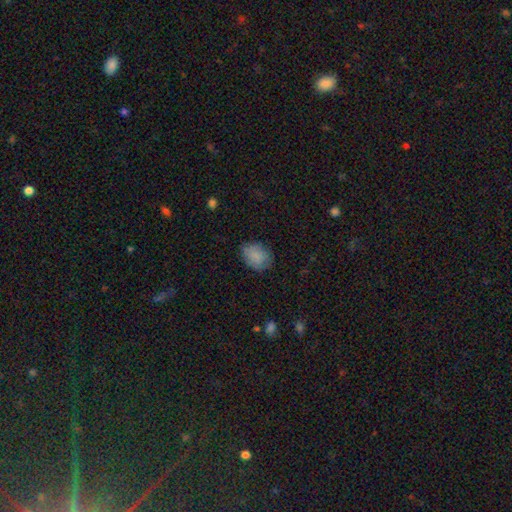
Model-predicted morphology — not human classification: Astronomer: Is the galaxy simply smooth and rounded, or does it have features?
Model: smooth — 82%.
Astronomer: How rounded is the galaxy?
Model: in between — 68%.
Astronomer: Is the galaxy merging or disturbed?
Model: none — 76%.